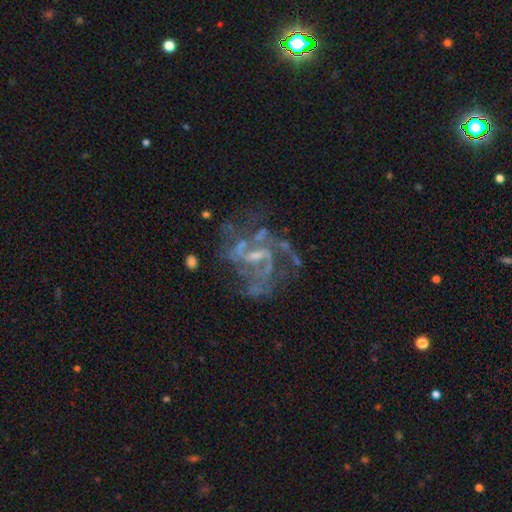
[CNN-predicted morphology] Overall: featured or disk (83%). Edge-on disk: no (98%). Bar: weak (53%; no 26%). Spiral arms: yes (84%). Spiral arm count: 2 (34%; can't tell 27%). Spiral winding: medium (49%; loose 31%). Bulge size: small (52%; none 25%). Merging: none (50%; major disturbance 28%).